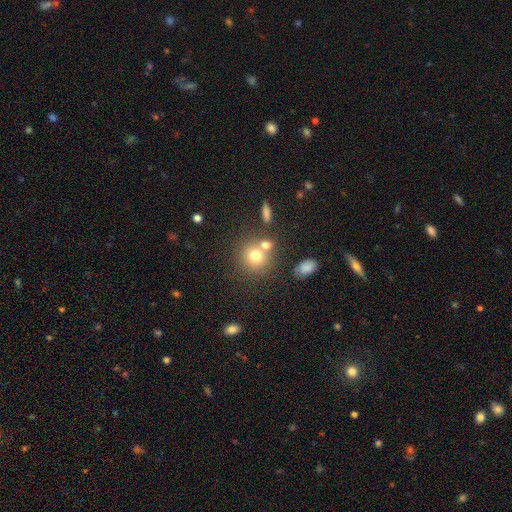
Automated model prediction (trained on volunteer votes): The model was most divided on "merging": none: 57%, merger: 29%, minor disturbance: 10%, major disturbance: 4%. More confident: how rounded — round (85%); smooth or featured — smooth (72%).